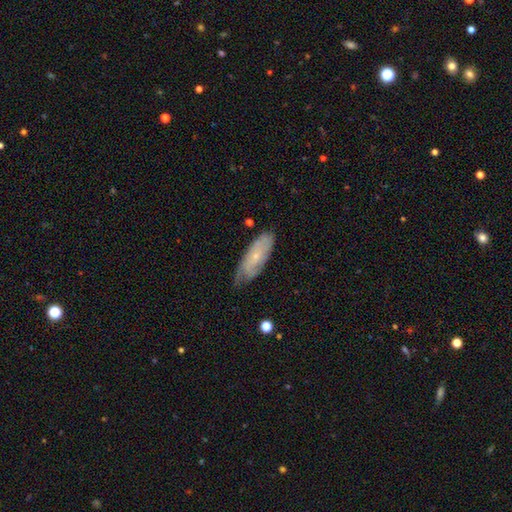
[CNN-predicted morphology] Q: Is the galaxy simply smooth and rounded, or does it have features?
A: featured or disk — 55%.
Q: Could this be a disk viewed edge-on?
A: no — 83%.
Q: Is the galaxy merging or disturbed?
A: none — 62%.